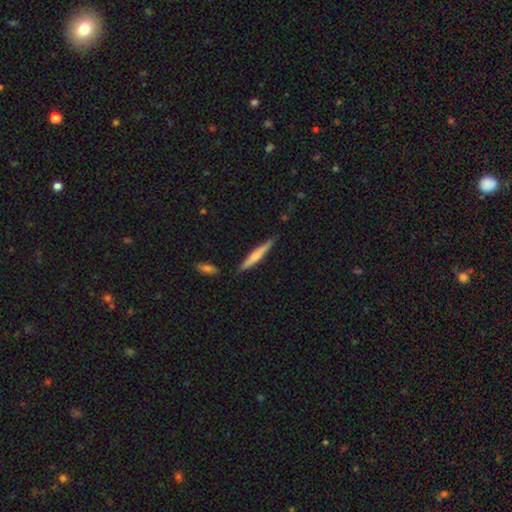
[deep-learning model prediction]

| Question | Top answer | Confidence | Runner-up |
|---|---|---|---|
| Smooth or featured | smooth | 58% | featured or disk (37%) |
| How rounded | cigar-shaped | 93% | in between (5%) |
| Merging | none | 85% | minor disturbance (10%) |